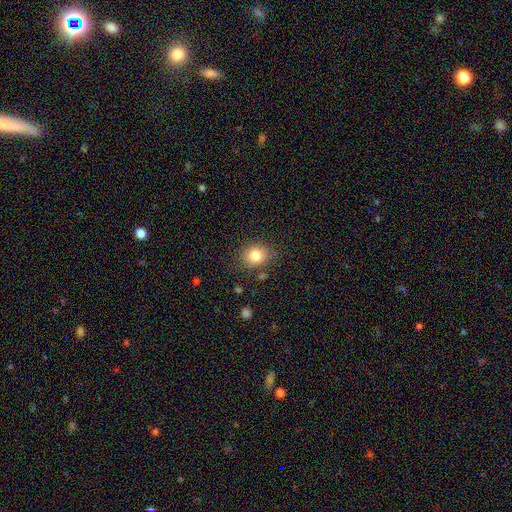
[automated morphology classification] Smooth or featured? smooth (81%)
How rounded? round (60%)
Merging? none (81%)